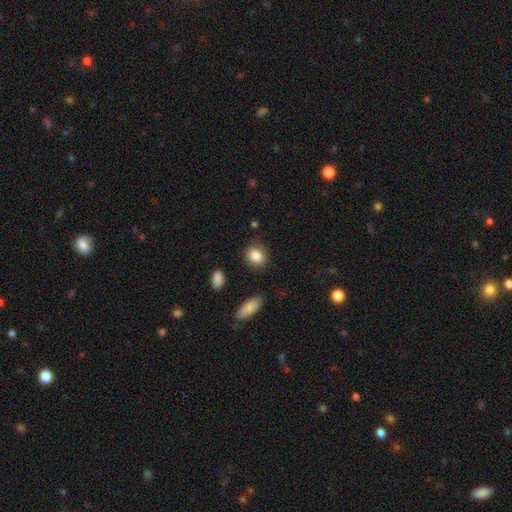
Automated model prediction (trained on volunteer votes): smooth_or_featured: smooth (p=0.87) [alt: star or artifact p=0.08]
how_rounded: round (p=0.67) [alt: in between p=0.32]
merging: none (p=0.83) [alt: minor disturbance p=0.12]